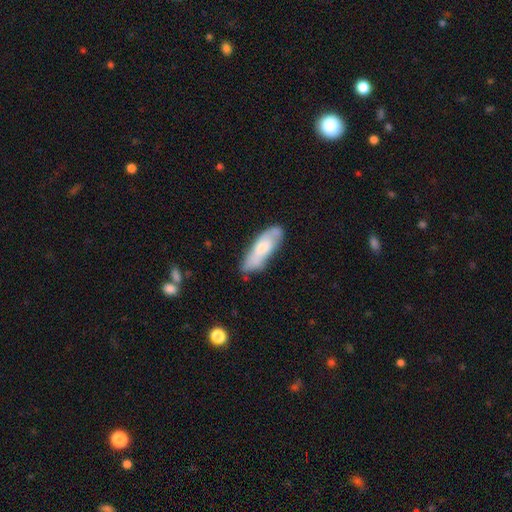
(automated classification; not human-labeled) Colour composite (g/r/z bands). It shows a smooth galaxy with no disk features (66%) that is in between round and cigar-shaped (58%). Merging: none (56%).